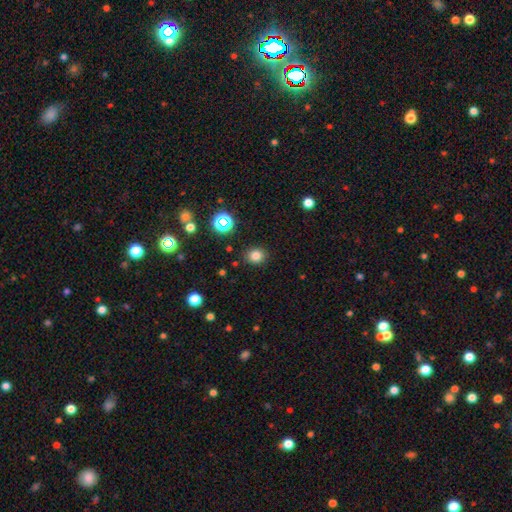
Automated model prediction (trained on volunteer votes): A smooth galaxy with no disk features (79%) that is round (72%).

Vote fractions:
- Smooth or featured? smooth: 79% / star or artifact: 15% / featured or disk: 6%
- How rounded? round: 72% / in between: 27% / cigar-shaped: 1%
- Merging? none: 88% / minor disturbance: 8% / major disturbance: 3% / merger: 2%